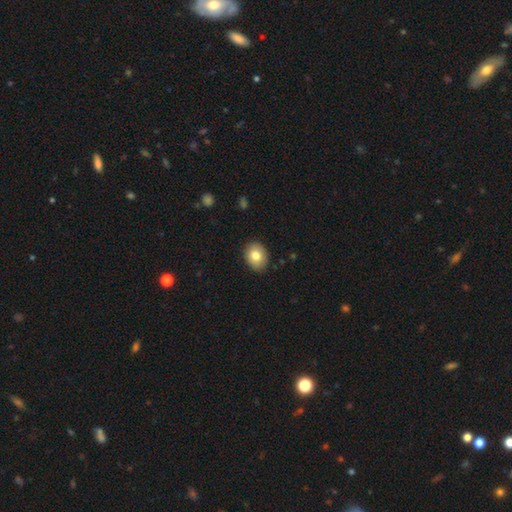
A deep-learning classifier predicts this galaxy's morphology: Overall: smooth (81%). How rounded: in between (57%; round 42%). Merging: none (88%).